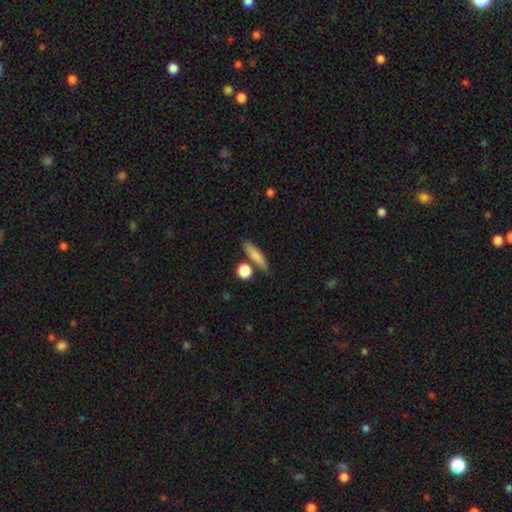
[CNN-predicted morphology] Smooth or featured?
  - smooth: 80% *
  - featured or disk: 12%
  - star or artifact: 7%
How rounded?
  - cigar-shaped: 68% *
  - in between: 23%
  - round: 9%
Merging?
  - none: 76% *
  - minor disturbance: 11%
  - merger: 9%
  - major disturbance: 3%